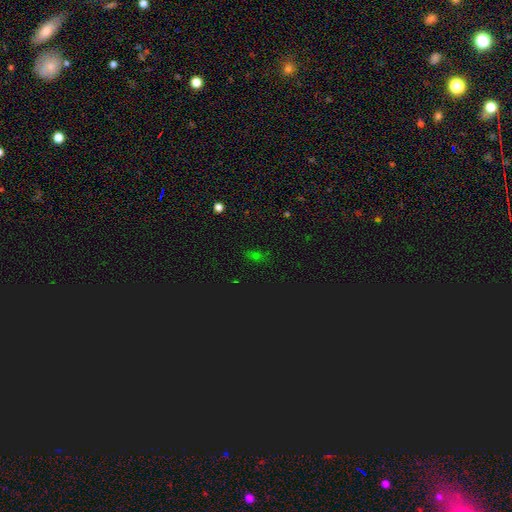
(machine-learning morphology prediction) type=smooth (47%); merging=none (77%).